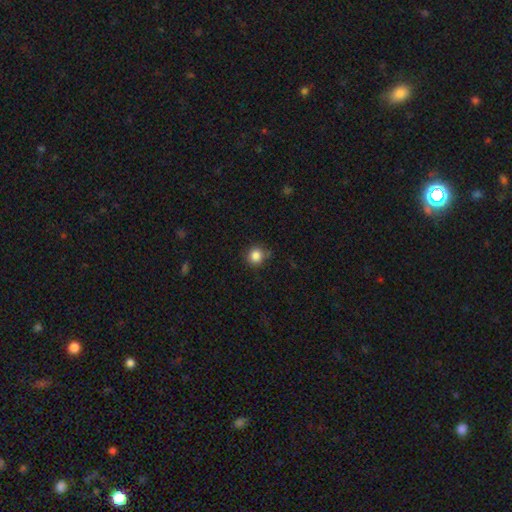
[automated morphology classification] Q: Smooth or featured?
A: smooth (85%); runner-up: star or artifact (11%)
Q: How rounded?
A: round (90%); runner-up: in between (9%)
Q: Merging?
A: none (82%); runner-up: minor disturbance (13%)